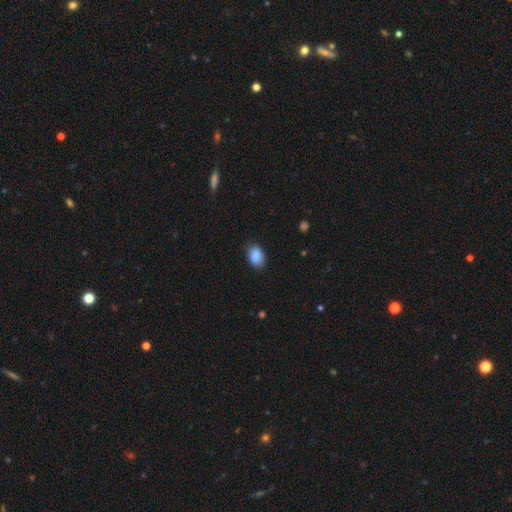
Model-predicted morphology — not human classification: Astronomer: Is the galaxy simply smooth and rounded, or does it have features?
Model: smooth — 89%.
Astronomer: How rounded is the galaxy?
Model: in between — 76%.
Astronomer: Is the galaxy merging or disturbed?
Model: none — 82%.